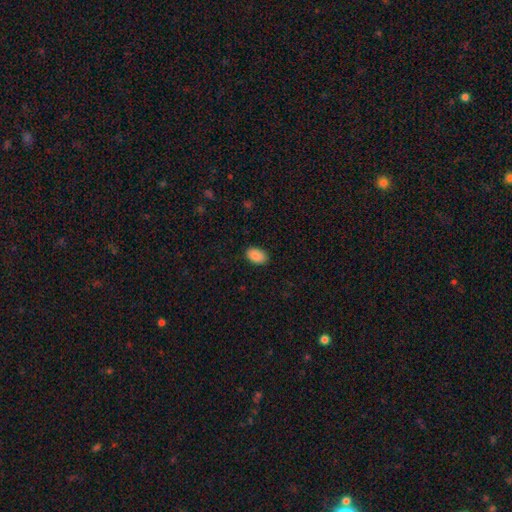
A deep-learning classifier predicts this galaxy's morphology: type=smooth (89%); roundness=in between (89%); merging=none (87%).